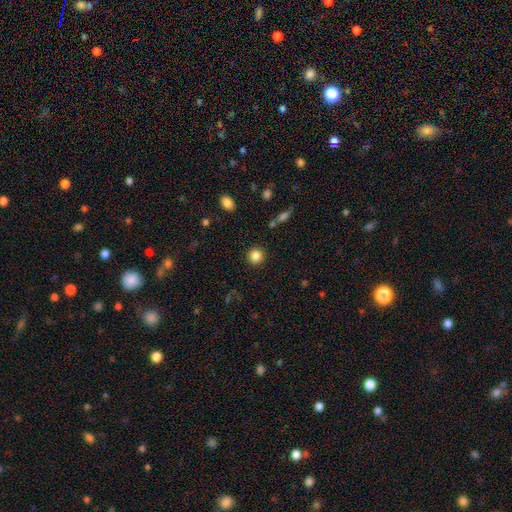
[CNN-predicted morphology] Smooth or featured? smooth (85%)
How rounded? round (90%)
Merging? none (90%)